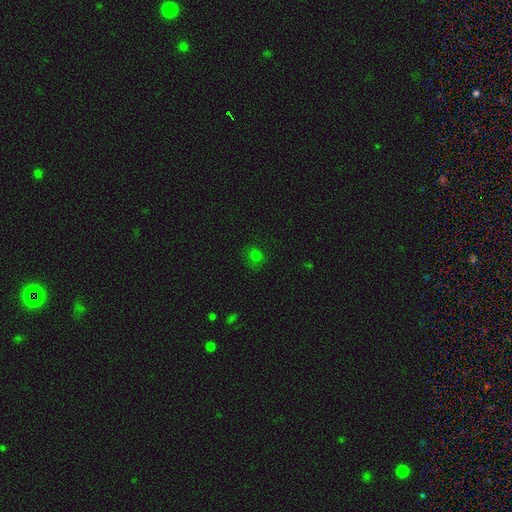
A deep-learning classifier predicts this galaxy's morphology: This appears to be a smooth galaxy with no disk features (74%) that is round (74%). Merging: none (75%).